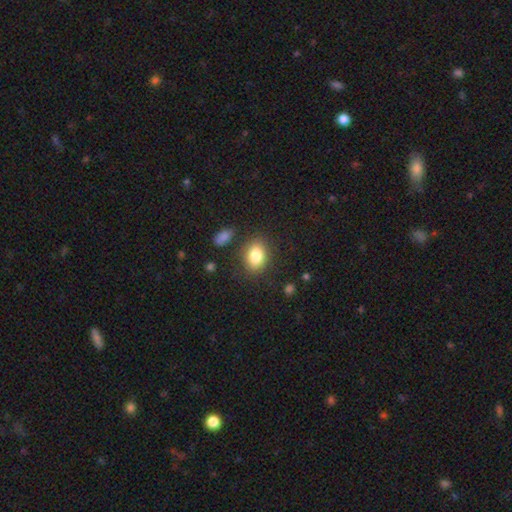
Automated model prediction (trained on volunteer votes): A smooth galaxy with no disk features (83%) that is in between round and cigar-shaped (75%).

Vote fractions:
- Smooth or featured? smooth: 83% / star or artifact: 9% / featured or disk: 8%
- How rounded? in between: 75% / round: 24% / cigar-shaped: 1%
- Merging? none: 82% / minor disturbance: 12% / major disturbance: 4% / merger: 3%